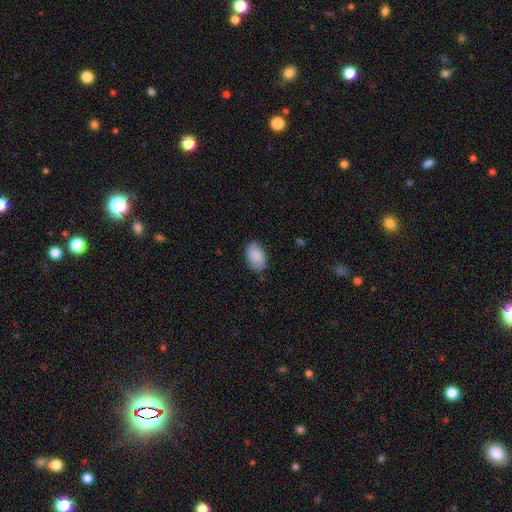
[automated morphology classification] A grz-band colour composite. It shows a smooth galaxy with no disk features (89%) that is in between round and cigar-shaped (89%). Merging: none (81%).